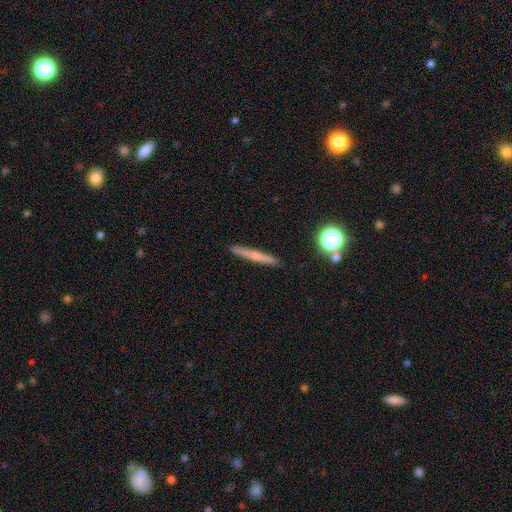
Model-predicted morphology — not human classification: Smooth or featured? smooth (51%)
How rounded? cigar-shaped (93%)
Merging? none (90%)